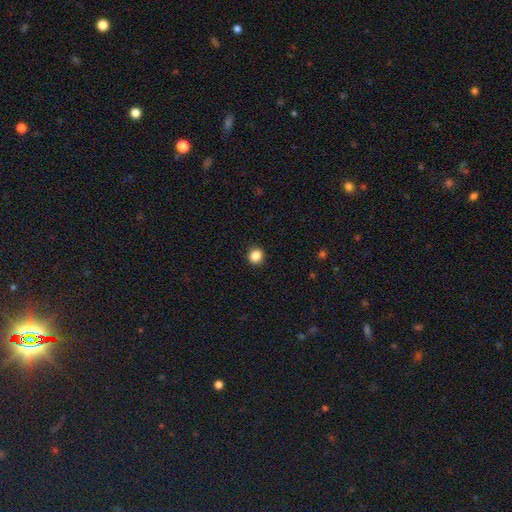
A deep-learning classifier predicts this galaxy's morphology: smooth-or-featured: smooth: 86% | star or artifact: 10% | featured or disk: 4%
  how-rounded: round: 87% | in between: 12% | cigar-shaped: 1%
  merging: none: 92% | minor disturbance: 5% | major disturbance: 2% | merger: 1%